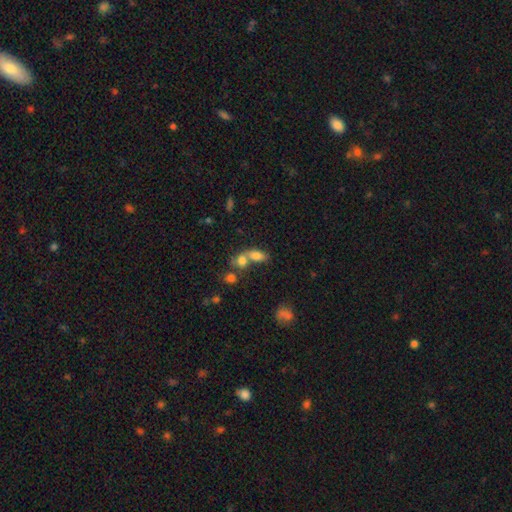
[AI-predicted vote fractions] This is likely a smooth galaxy (75%). How rounded: likely in between (80%). Merging: possibly merger (57%).